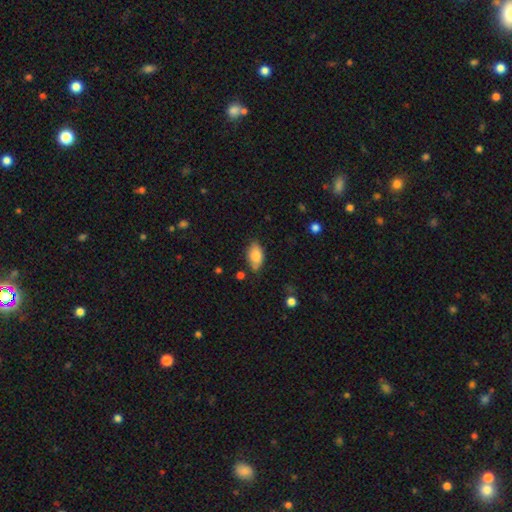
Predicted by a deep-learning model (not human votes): The model was most divided on "merging": none: 74%, minor disturbance: 20%, major disturbance: 4%, merger: 3%. More confident: how rounded — in between (93%); smooth or featured — smooth (82%).